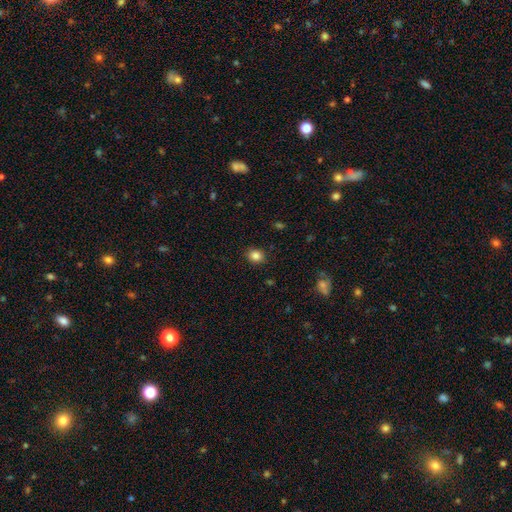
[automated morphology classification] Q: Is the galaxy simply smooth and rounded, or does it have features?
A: smooth — 85%.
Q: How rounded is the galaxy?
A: round — 72%.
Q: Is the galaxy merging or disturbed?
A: none — 89%.